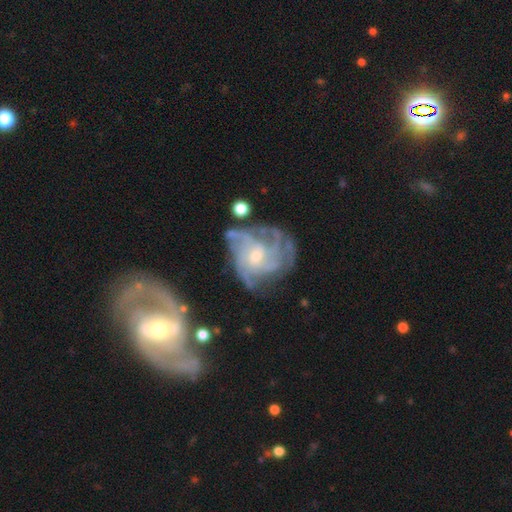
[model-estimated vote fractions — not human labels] smooth_or_featured: featured or disk (p=0.83) [alt: smooth p=0.10]
disk_edge_on: no (p=0.97) [alt: yes p=0.03]
bar: no (p=0.66) [alt: weak p=0.29]
has_spiral_arms: yes (p=0.91) [alt: no p=0.09]
spiral_winding: tight (p=0.43) [alt: medium p=0.40]
spiral_arm_count: can't tell (p=0.30) [alt: 4 p=0.29]
bulge_size: small (p=0.52) [alt: moderate p=0.41]
merging: none (p=0.54) [alt: minor disturbance p=0.22]